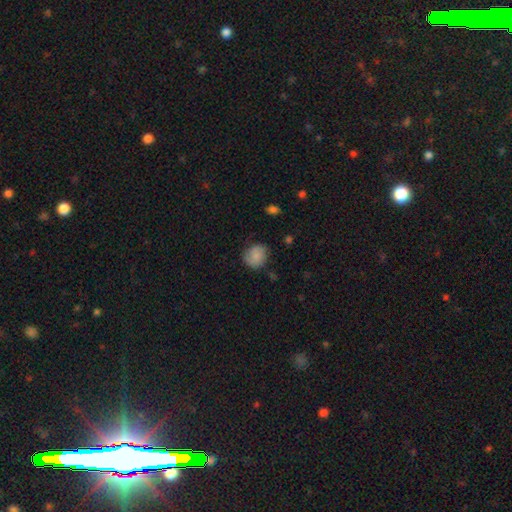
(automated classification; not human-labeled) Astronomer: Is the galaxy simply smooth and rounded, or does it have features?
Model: smooth — 80%.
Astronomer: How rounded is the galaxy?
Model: round — 76%.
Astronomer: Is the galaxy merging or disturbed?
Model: none — 71%.